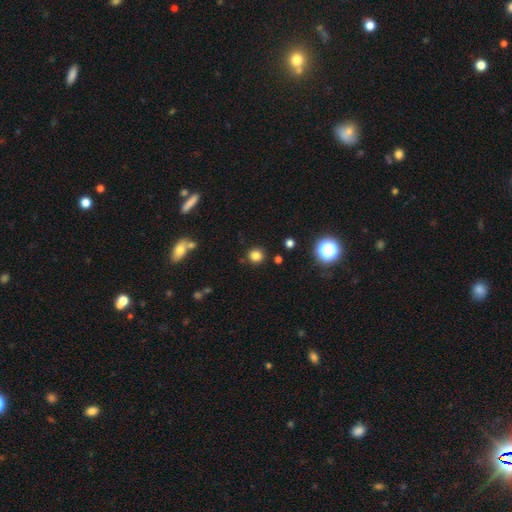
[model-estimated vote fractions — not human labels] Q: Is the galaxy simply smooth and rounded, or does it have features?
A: smooth — 81%.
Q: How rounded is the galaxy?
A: round — 90%.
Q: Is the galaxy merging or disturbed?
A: none — 87%.